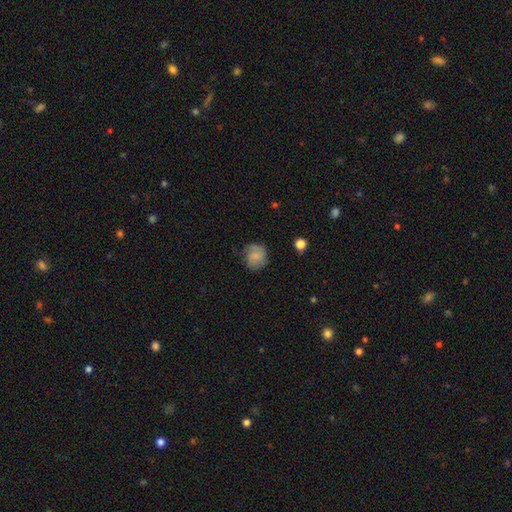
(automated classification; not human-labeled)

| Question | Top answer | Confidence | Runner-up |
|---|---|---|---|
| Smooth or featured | smooth | 56% | featured or disk (36%) |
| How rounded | round | 79% | in between (20%) |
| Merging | none | 66% | minor disturbance (24%) |